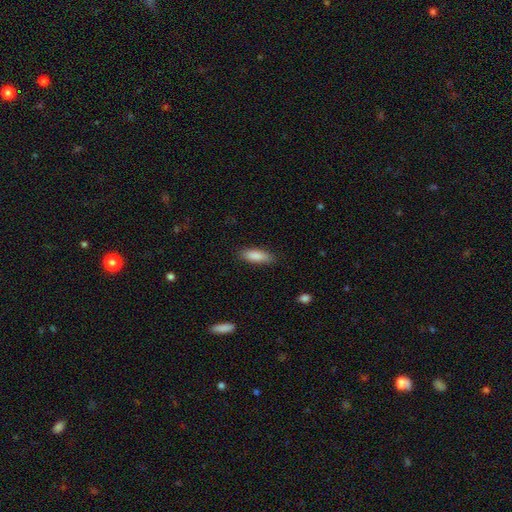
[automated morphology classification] Smooth or featured: smooth — 87% (featured or disk — 6%)
How rounded: in between — 62% (cigar-shaped — 37%)
Merging: none — 84% (minor disturbance — 12%)